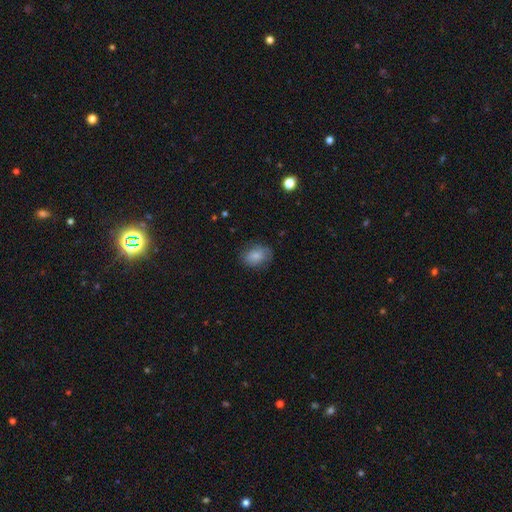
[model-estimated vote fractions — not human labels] This appears to be a smooth galaxy with no disk features (79%) that is in between round and cigar-shaped (72%). Merging: none (73%).